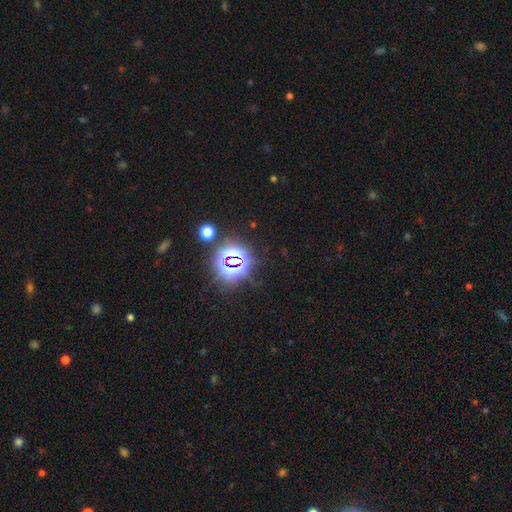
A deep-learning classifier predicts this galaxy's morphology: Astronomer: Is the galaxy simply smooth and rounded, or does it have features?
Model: star or artifact — 82%.